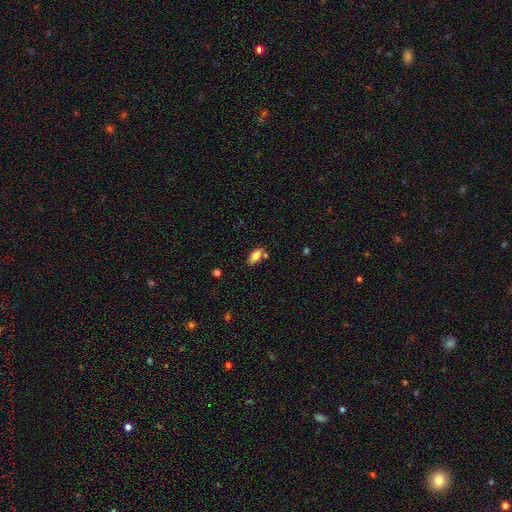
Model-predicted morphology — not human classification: Q: Smooth or featured?
A: smooth (80%); runner-up: featured or disk (12%)
Q: How rounded?
A: in between (88%); runner-up: cigar-shaped (8%)
Q: Merging?
A: none (74%); runner-up: minor disturbance (14%)